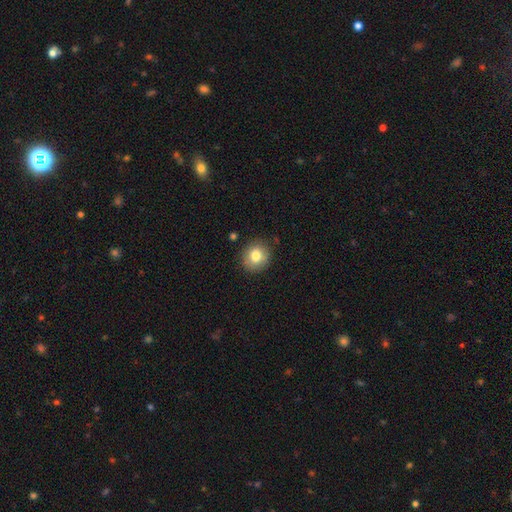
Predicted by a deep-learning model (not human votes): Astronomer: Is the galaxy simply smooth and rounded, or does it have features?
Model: smooth — 80%.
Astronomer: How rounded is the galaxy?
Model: round — 80%.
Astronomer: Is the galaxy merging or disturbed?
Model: none — 85%.